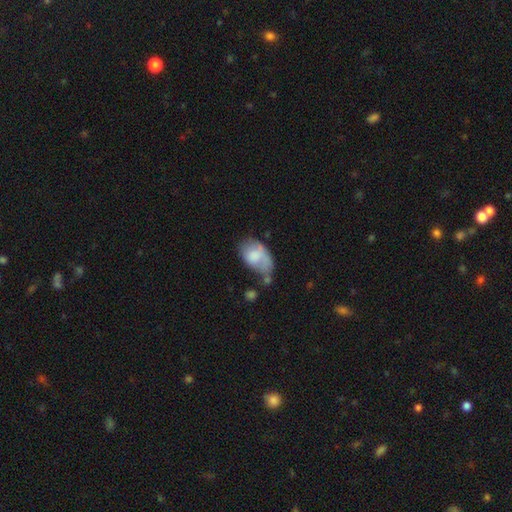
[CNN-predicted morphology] This is likely a smooth galaxy (68%). How rounded: clearly in between (90%). Merging: marginally minor disturbance (32%).